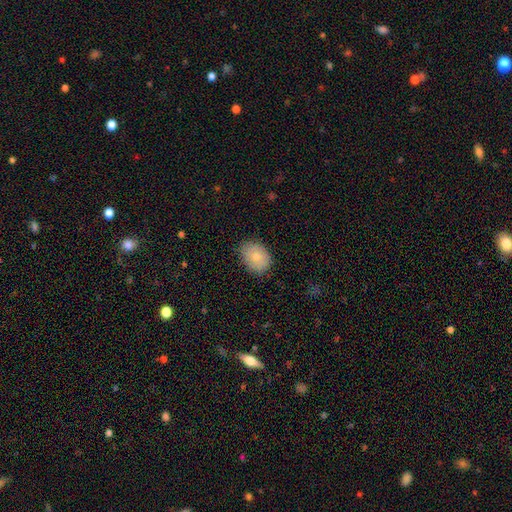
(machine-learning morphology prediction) A smooth galaxy with no disk features (78%) that is in between round and cigar-shaped (66%).

Vote fractions:
- Smooth or featured? smooth: 78% / featured or disk: 15% / star or artifact: 7%
- How rounded? in between: 66% / round: 33% / cigar-shaped: 1%
- Merging? none: 81% / minor disturbance: 15% / major disturbance: 3% / merger: 1%